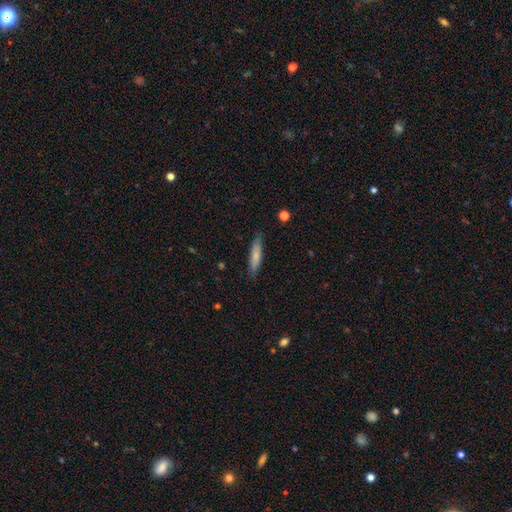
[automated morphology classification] type=smooth (72%); roundness=cigar-shaped (83%); merging=none (84%).